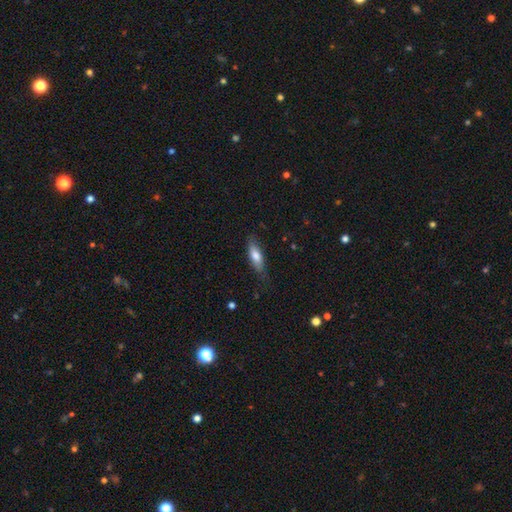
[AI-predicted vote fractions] smooth_or_featured: smooth (p=0.72) [alt: featured or disk p=0.22]
how_rounded: in between (p=0.57) [alt: cigar-shaped p=0.41]
merging: none (p=0.73) [alt: minor disturbance p=0.21]